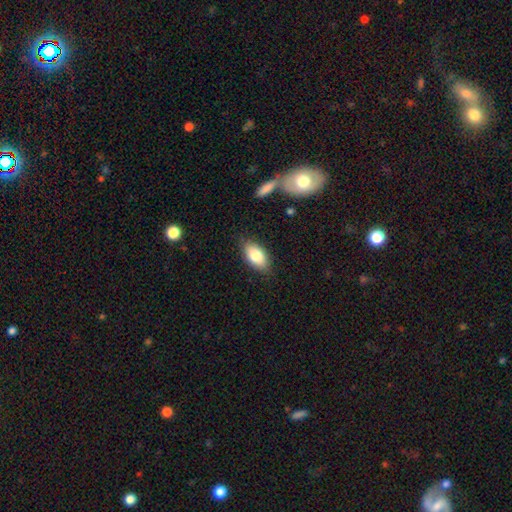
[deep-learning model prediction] Smooth or featured? smooth (82%)
How rounded? in between (92%)
Merging? none (83%)